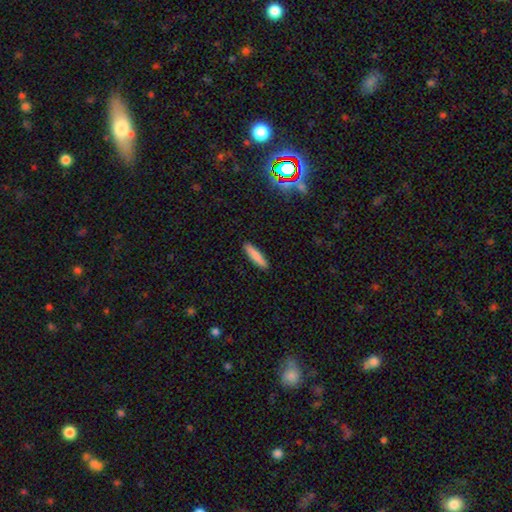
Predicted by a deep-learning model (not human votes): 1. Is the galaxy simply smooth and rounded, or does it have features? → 83% smooth, 10% featured or disk, 7% star or artifact.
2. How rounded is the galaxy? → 84% cigar-shaped, 15% in between, 1% round.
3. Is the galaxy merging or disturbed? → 91% none, 7% minor disturbance, 2% major disturbance, 1% merger.